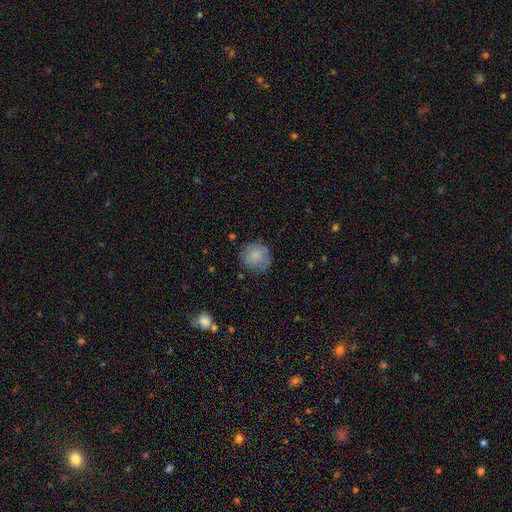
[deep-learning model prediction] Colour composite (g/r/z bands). It shows a smooth galaxy with no disk features (78%) that is round (91%). Merging: none (72%).